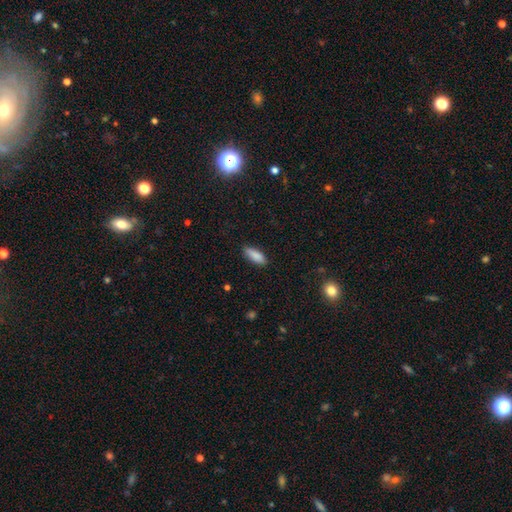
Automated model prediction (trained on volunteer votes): A smooth galaxy with no disk features (89%) that is in between round and cigar-shaped (69%). Merging: none (86%).